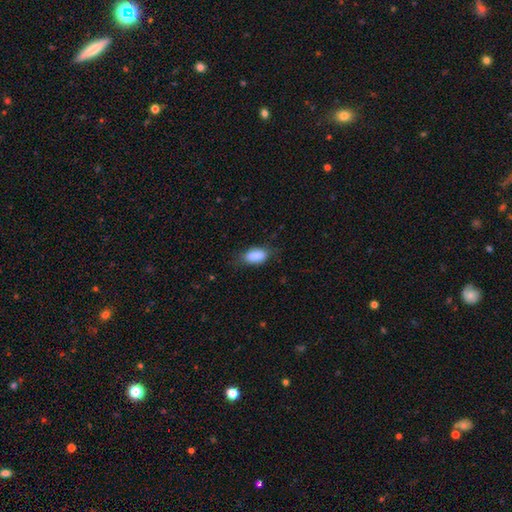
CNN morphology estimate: Q: Smooth or featured?
A: smooth (86%); runner-up: star or artifact (7%)
Q: How rounded?
A: in between (89%); runner-up: cigar-shaped (6%)
Q: Merging?
A: none (68%); runner-up: minor disturbance (24%)